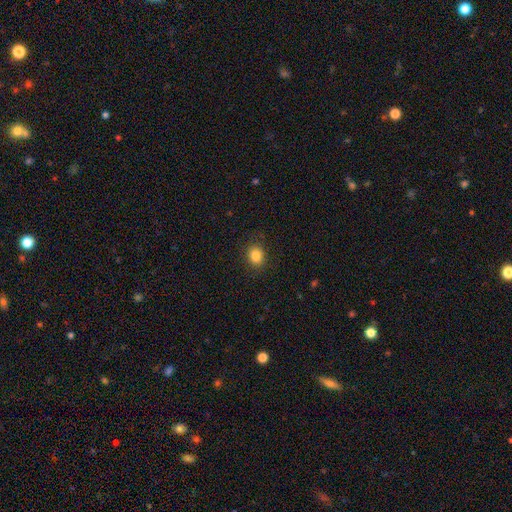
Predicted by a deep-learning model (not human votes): Smooth or featured?
  - smooth: 85% *
  - star or artifact: 10%
  - featured or disk: 5%
How rounded?
  - round: 59% *
  - in between: 40%
  - cigar-shaped: 1%
Merging?
  - none: 85% *
  - minor disturbance: 11%
  - major disturbance: 3%
  - merger: 1%